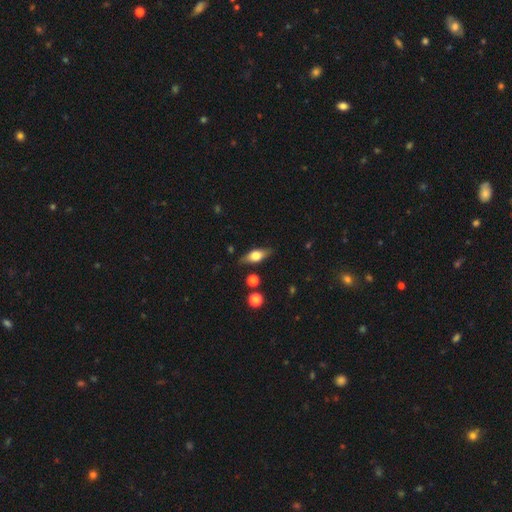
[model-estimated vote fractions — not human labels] The model was most divided on "smooth or featured": smooth: 53%, featured or disk: 40%, star or artifact: 8%. More confident: merging — none (81%); how rounded — in between (70%).